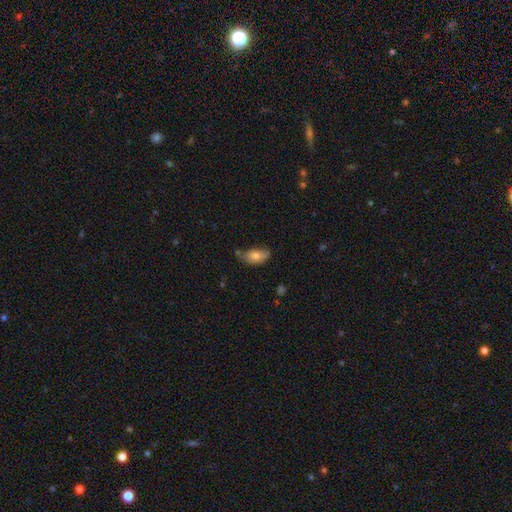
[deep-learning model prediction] Overall: smooth (76%). How rounded: in between (91%). Merging: none (56%; minor disturbance 31%).